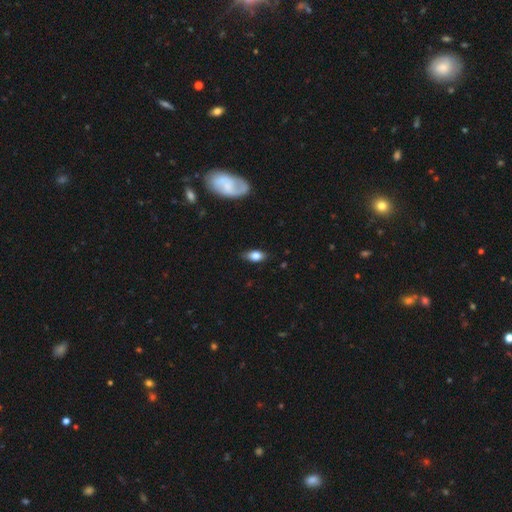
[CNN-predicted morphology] The model was most divided on "smooth or featured": smooth: 76%, featured or disk: 16%, star or artifact: 8%. More confident: how rounded — in between (85%); merging — none (80%).